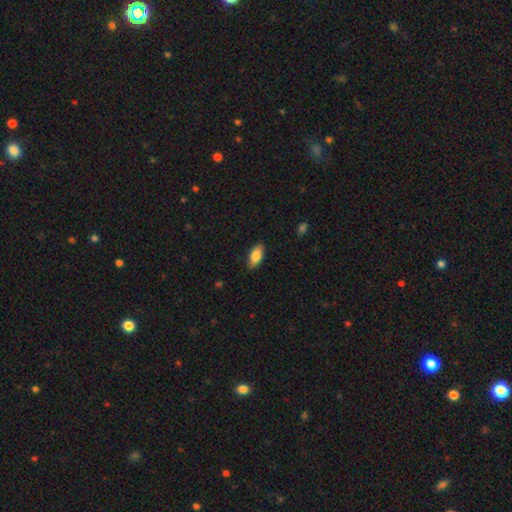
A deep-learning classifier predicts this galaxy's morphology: The model was most divided on "smooth or featured": smooth: 82%, featured or disk: 12%, star or artifact: 6%. More confident: how rounded — in between (88%); merging — none (87%).